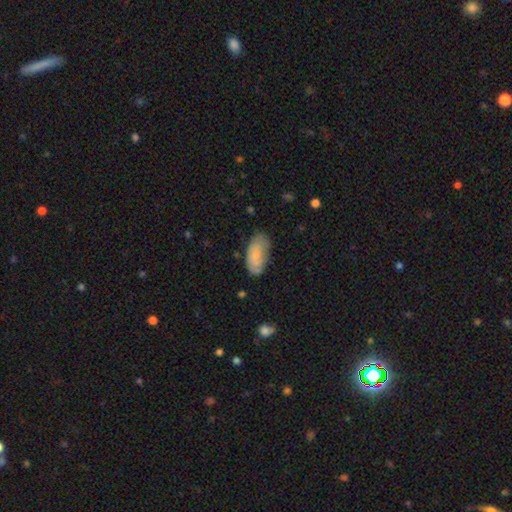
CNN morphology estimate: smooth 76%, featured or disk 17%, star or artifact 6%. Down the decision tree: how rounded — in between (92%); merging — none (65%).